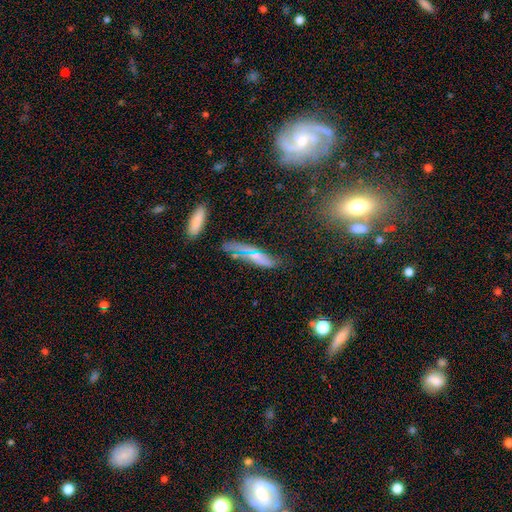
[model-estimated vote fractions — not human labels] The model was most divided on "smooth or featured": smooth: 54%, featured or disk: 29%, star or artifact: 17%. More confident: how rounded — cigar-shaped (73%); merging — none (71%).